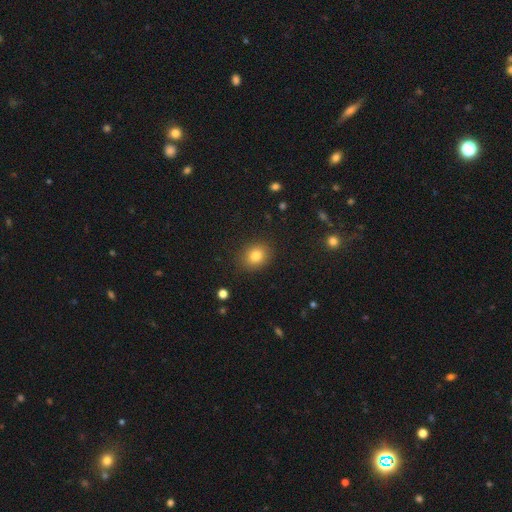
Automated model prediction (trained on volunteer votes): smooth_or_featured: smooth (p=0.81) [alt: star or artifact p=0.11]
how_rounded: round (p=0.59) [alt: in between p=0.40]
merging: none (p=0.87) [alt: minor disturbance p=0.09]